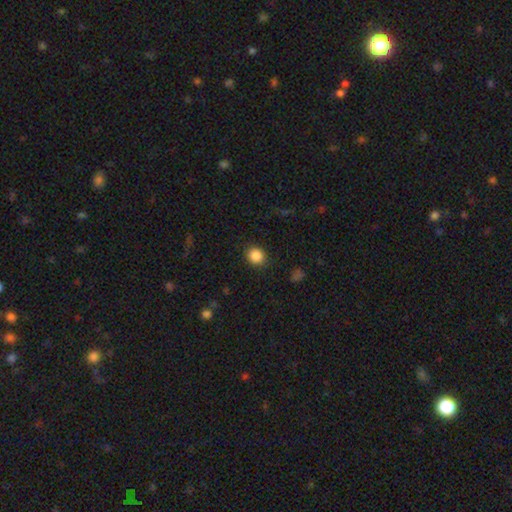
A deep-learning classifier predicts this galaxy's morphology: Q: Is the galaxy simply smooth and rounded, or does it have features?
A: smooth — 87%.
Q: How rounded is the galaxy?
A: round — 81%.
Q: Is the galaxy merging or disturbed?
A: none — 88%.